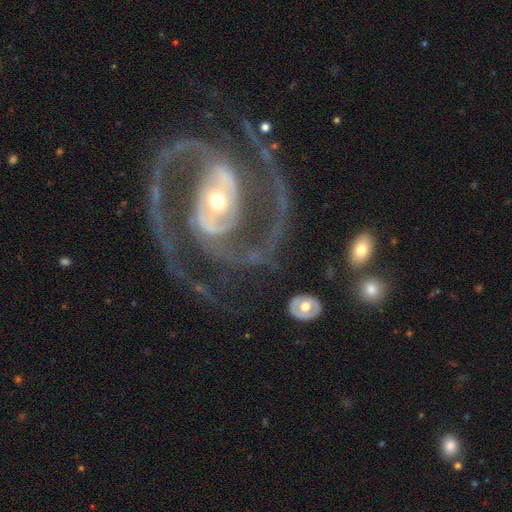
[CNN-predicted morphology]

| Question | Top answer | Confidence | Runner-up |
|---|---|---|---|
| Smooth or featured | featured or disk | 92% | star or artifact (4%) |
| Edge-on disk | no | 98% | yes (2%) |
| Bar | strong | 40% | weak (31%) |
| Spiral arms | yes | 98% | no (2%) |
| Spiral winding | medium | 56% | tight (30%) |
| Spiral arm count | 2 | 85% | 3 (5%) |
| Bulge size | moderate | 57% | small (35%) |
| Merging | none | 71% | minor disturbance (14%) |